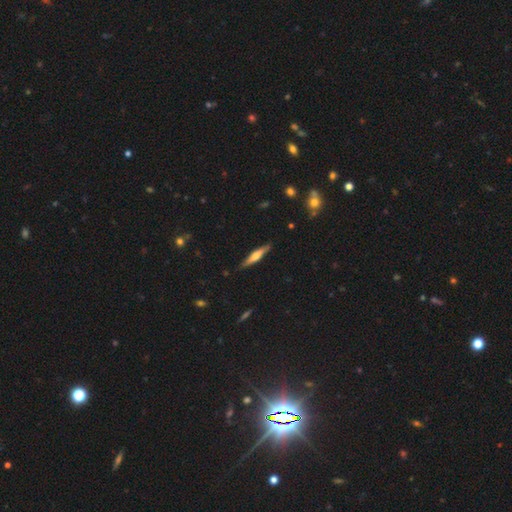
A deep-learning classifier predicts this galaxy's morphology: A featured or disk galaxy (55%) viewed edge-on (95%) with a rounded central bulge (83%). Merging: none (87%).